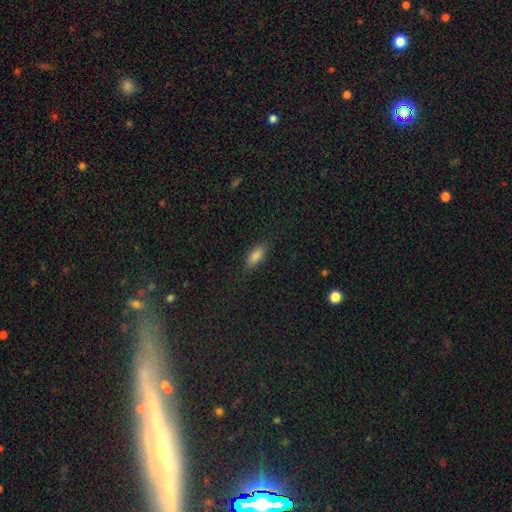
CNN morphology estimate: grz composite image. It shows a smooth galaxy with no disk features (81%) that is in between round and cigar-shaped (77%). Merging: none (82%).